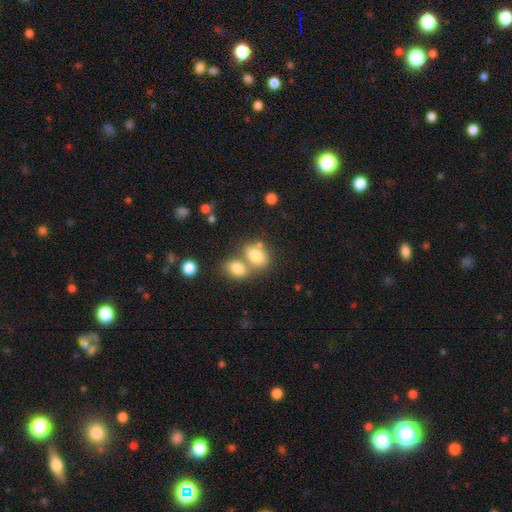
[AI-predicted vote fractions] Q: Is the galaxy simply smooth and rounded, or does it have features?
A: smooth — 78%.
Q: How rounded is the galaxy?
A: in between — 78%.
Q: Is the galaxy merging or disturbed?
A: merger — 55%.